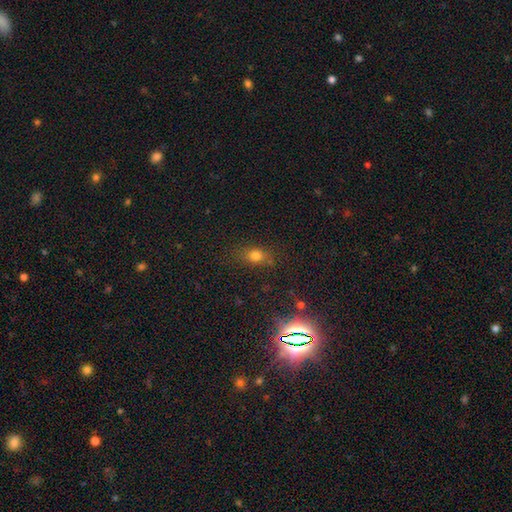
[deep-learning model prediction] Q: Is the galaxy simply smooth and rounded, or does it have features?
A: smooth — 69%.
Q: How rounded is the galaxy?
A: in between — 58%.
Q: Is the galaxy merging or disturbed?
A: none — 76%.